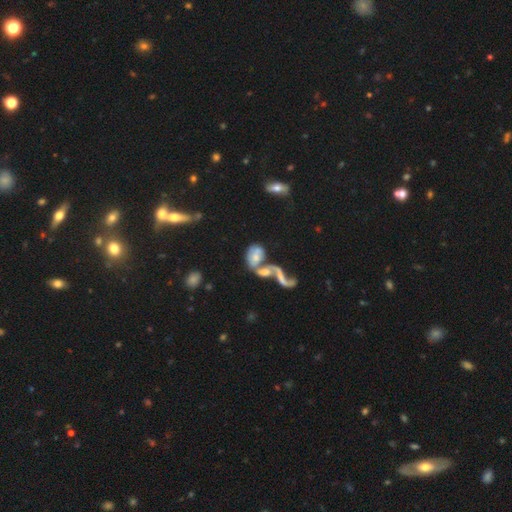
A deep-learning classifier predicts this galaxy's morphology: A featured or disk galaxy (50%). Merging: merger (66%).